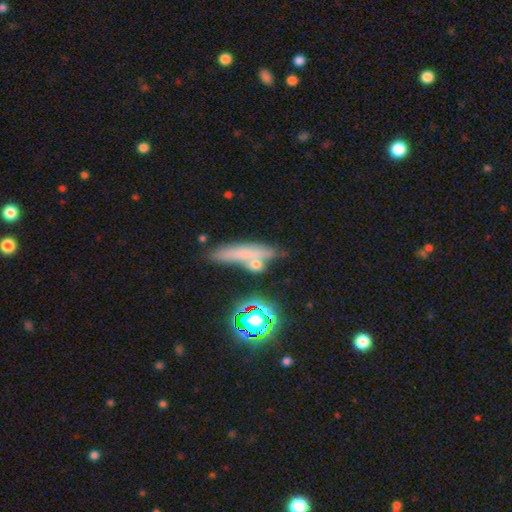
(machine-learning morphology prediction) Smooth or featured? smooth (58%)
How rounded? cigar-shaped (67%)
Merging? none (54%)